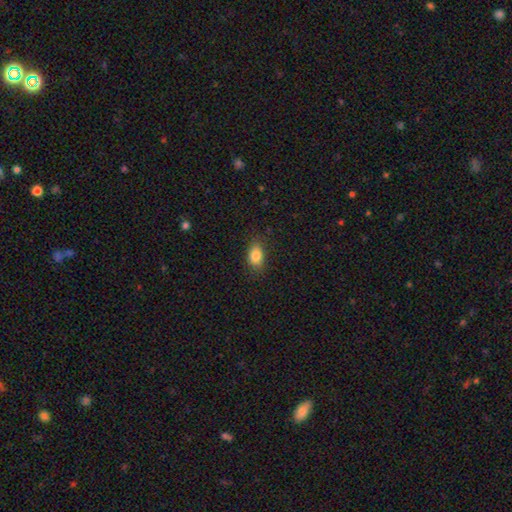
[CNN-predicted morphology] This is clearly a smooth galaxy (84%). How rounded: clearly in between (85%). Merging: clearly none (83%).